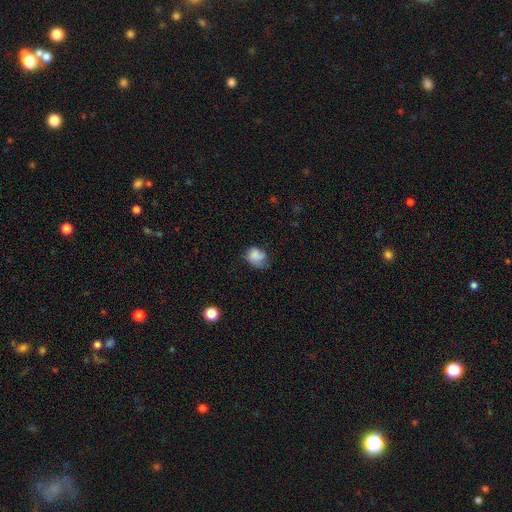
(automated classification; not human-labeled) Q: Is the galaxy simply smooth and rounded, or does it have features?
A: smooth — 75%.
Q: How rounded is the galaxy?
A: in between — 59%.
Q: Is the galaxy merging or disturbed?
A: none — 40%.